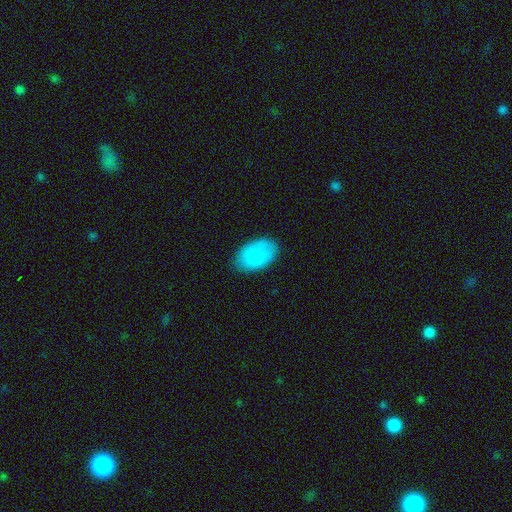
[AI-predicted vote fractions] The model was most divided on "merging": none: 78%, minor disturbance: 16%, major disturbance: 4%, merger: 1%. More confident: how rounded — in between (93%); smooth or featured — smooth (86%).